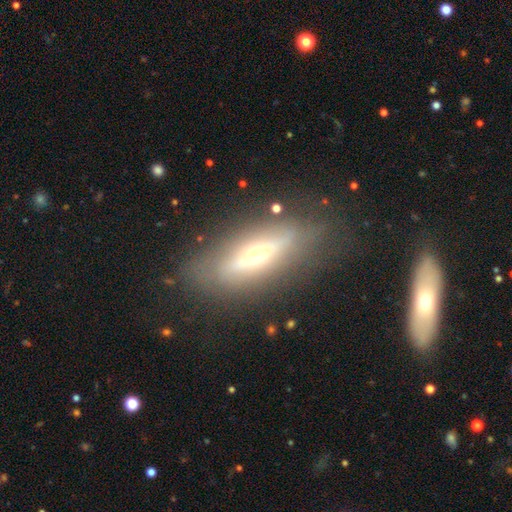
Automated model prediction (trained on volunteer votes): This is likely a featured or disk galaxy (61%). It is likely viewed edge-on (66%). Merging: likely none (72%).